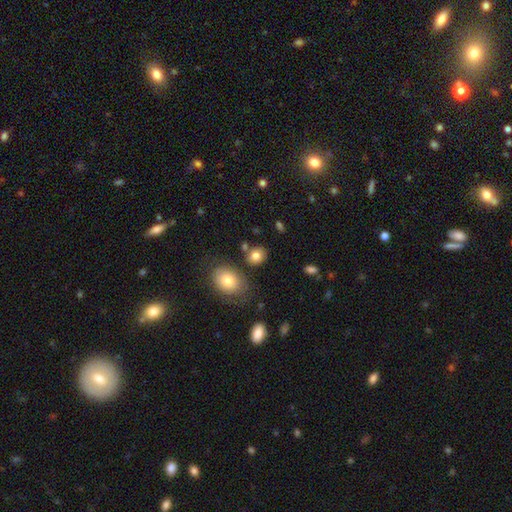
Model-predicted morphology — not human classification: A smooth galaxy with no disk features (81%) that is round (65%). Merging: none (76%).